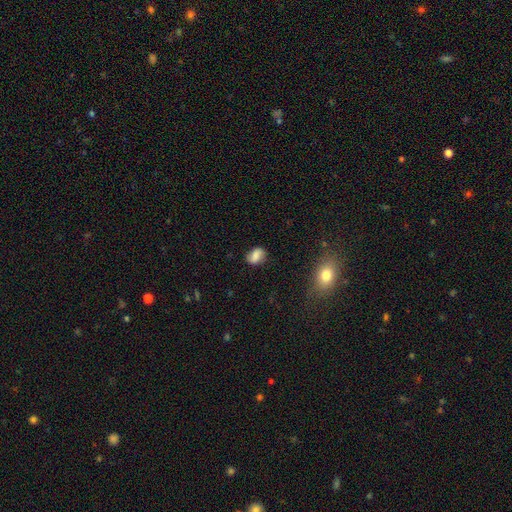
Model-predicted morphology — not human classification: type=smooth (71%); roundness=in between (73%); merging=none (75%).